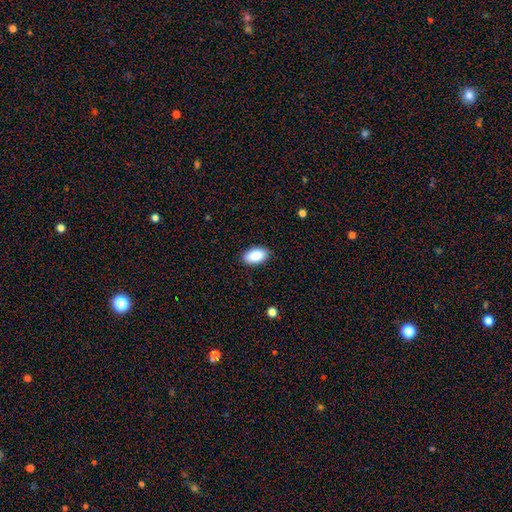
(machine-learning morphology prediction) smooth 86%, featured or disk 7%, star or artifact 7%. Down the decision tree: how rounded — in between (94%); merging — none (88%).